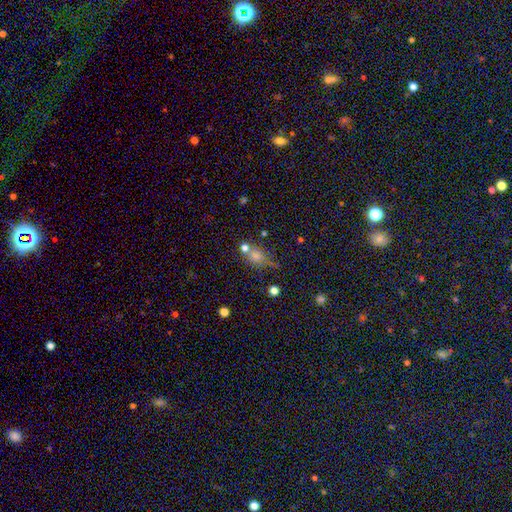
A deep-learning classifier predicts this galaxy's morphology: A smooth galaxy with no disk features (58%) that is round (51%).

Vote fractions:
- Smooth or featured? smooth: 58% / star or artifact: 27% / featured or disk: 15%
- How rounded? round: 51% / in between: 43% / cigar-shaped: 6%
- Merging? none: 56% / merger: 21% / minor disturbance: 15% / major disturbance: 8%